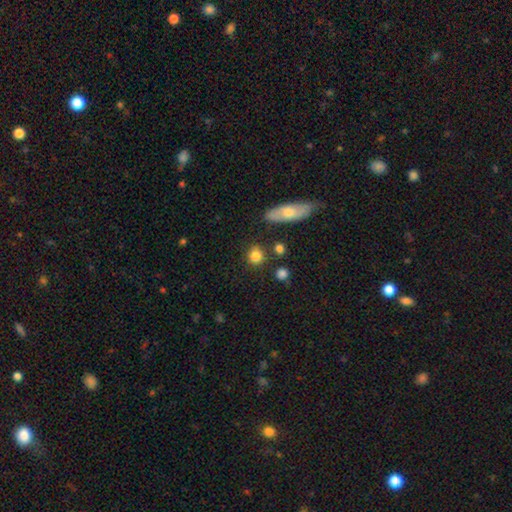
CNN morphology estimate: Smooth or featured: smooth — 82% (star or artifact — 9%)
How rounded: round — 78% (in between — 20%)
Merging: none — 78% (minor disturbance — 12%)